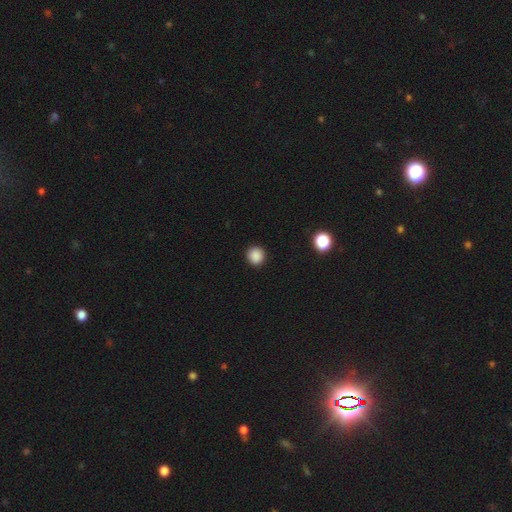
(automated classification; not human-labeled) The model was most divided on "smooth or featured": smooth: 88%, star or artifact: 10%, featured or disk: 2%. More confident: merging — none (92%); how rounded — round (91%).